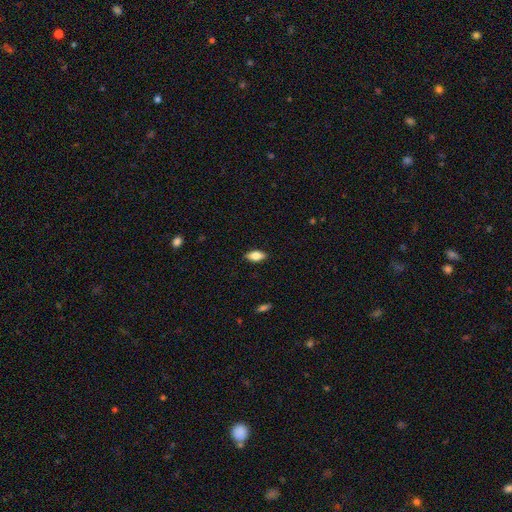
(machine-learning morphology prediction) A smooth galaxy with no disk features (78%) that is in between round and cigar-shaped (88%). Merging: none (87%).